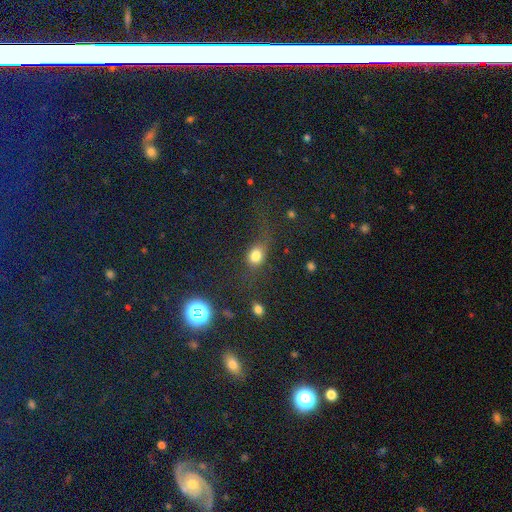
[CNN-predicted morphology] This is likely a smooth galaxy (76%). How rounded: possibly in between (49%). Merging: possibly none (50%).